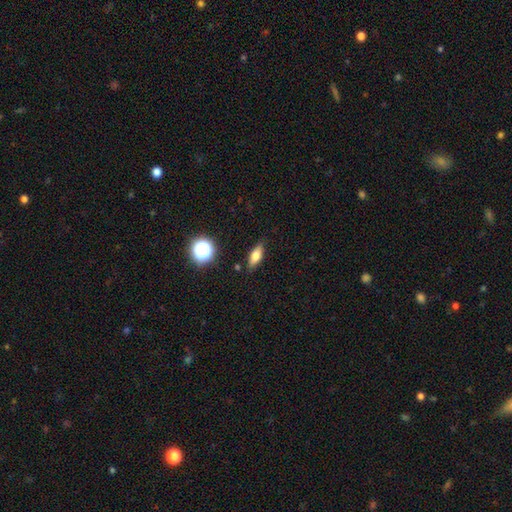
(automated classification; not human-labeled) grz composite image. It shows a smooth galaxy with no disk features (70%) that is in between round and cigar-shaped (67%). Merging: none (85%).